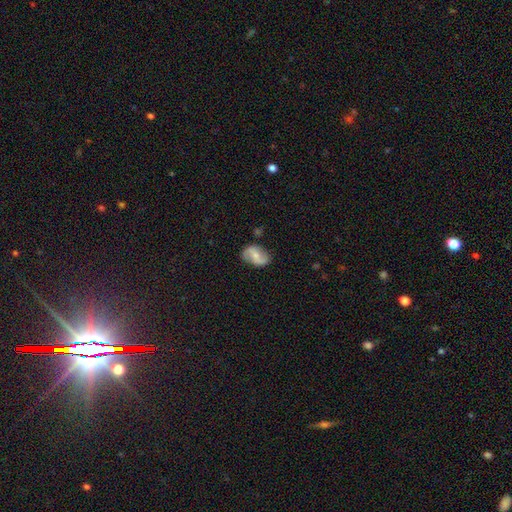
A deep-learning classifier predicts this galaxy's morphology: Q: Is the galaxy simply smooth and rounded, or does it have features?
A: featured or disk — 62%.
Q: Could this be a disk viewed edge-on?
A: no — 96%.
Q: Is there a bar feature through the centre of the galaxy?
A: weak — 42%.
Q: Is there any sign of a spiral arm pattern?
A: yes — 84%.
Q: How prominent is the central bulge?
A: small — 48%.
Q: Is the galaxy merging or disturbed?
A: none — 74%.